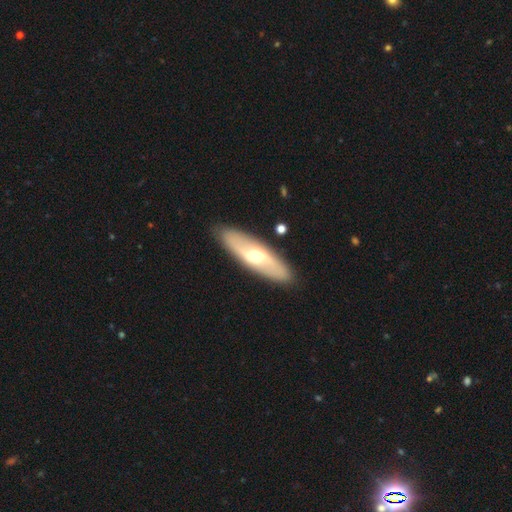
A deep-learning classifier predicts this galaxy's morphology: smooth-or-featured: featured or disk: 64% | smooth: 31% | star or artifact: 5%
  disk-edge-on: no: 72% | yes: 28%
  merging: none: 89% | minor disturbance: 8% | major disturbance: 2% | merger: 1%